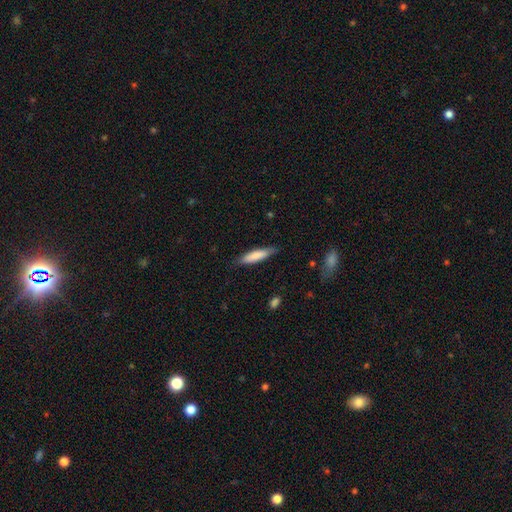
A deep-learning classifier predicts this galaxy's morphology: Smooth or featured: smooth — 77% (featured or disk — 17%)
How rounded: cigar-shaped — 77% (in between — 21%)
Merging: none — 81% (minor disturbance — 15%)